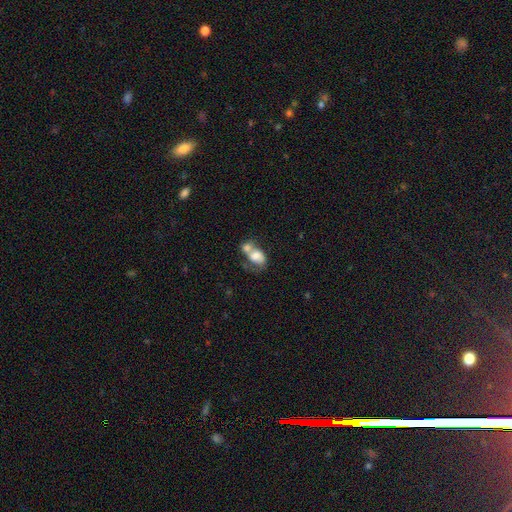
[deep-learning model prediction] Smooth or featured? Predicted: smooth (p=0.62). How rounded? Predicted: in between (p=0.67). Merging? Predicted: merger (p=0.69).